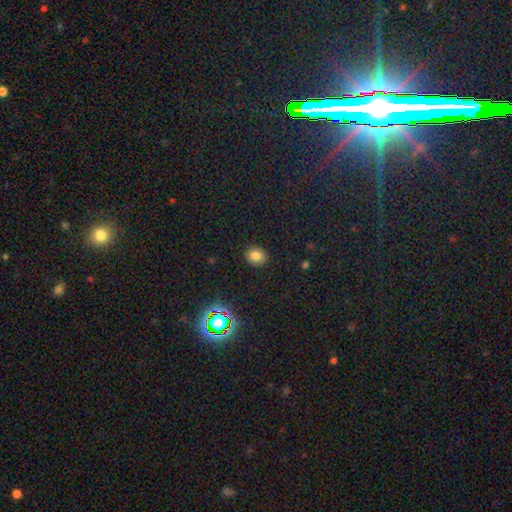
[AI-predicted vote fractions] A smooth galaxy with no disk features (79%) that is round (64%).

Vote fractions:
- Smooth or featured? smooth: 79% / star or artifact: 15% / featured or disk: 6%
- How rounded? round: 64% / in between: 35% / cigar-shaped: 1%
- Merging? none: 89% / minor disturbance: 8% / major disturbance: 2% / merger: 1%